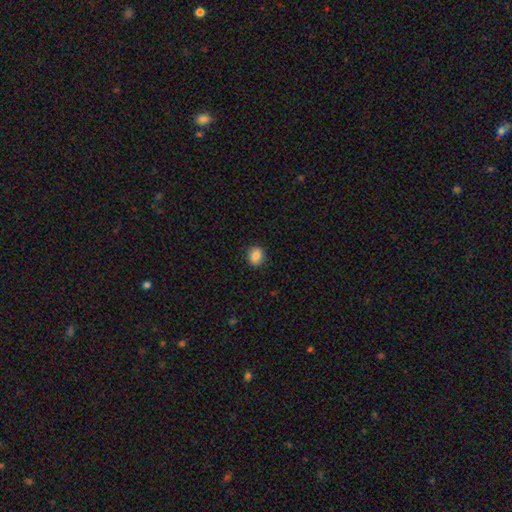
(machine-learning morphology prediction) This is clearly a smooth galaxy (86%). How rounded: likely round (73%). Merging: clearly none (89%).